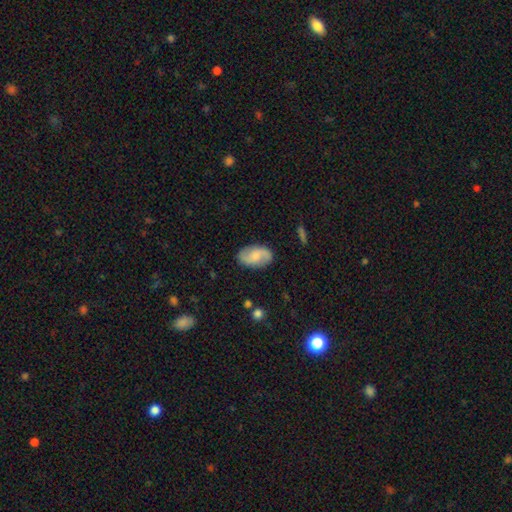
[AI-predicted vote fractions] Morphology: type=featured or disk (60%); edge-on=no (97%); bar=no (48%); spiral arms=yes (93%); winding=loose (47%); arm count=2 (91%); bulge=none (39%); merging=none (83%).